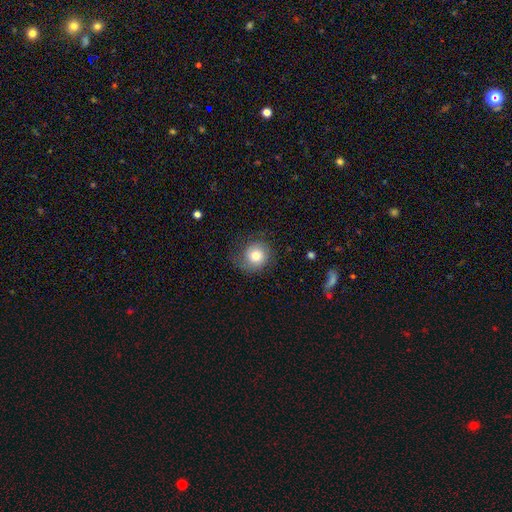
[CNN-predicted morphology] type=smooth (71%); roundness=round (87%); merging=none (70%).